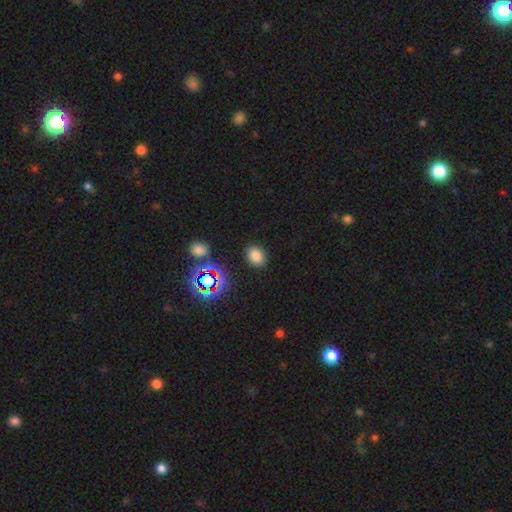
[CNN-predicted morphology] This appears to be a smooth galaxy with no disk features (77%) that is in between round and cigar-shaped (61%). Merging: none (86%).